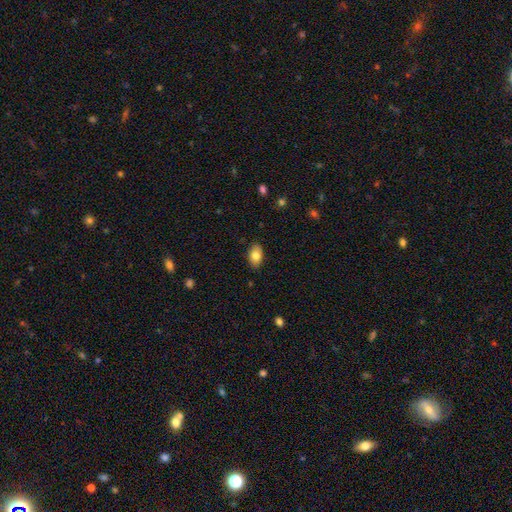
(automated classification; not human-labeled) A smooth galaxy with no disk features (81%) that is in between round and cigar-shaped (89%).

Vote fractions:
- Smooth or featured? smooth: 81% / featured or disk: 12% / star or artifact: 7%
- How rounded? in between: 89% / round: 9% / cigar-shaped: 2%
- Merging? none: 86% / minor disturbance: 11% / major disturbance: 2% / merger: 1%